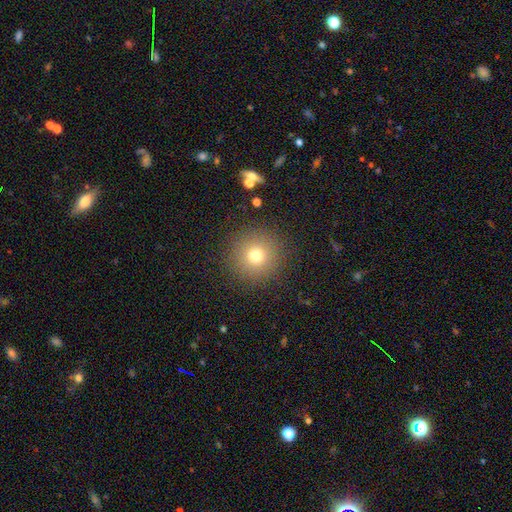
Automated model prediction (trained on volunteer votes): Smooth or featured? smooth (73%)
How rounded? round (96%)
Merging? none (90%)